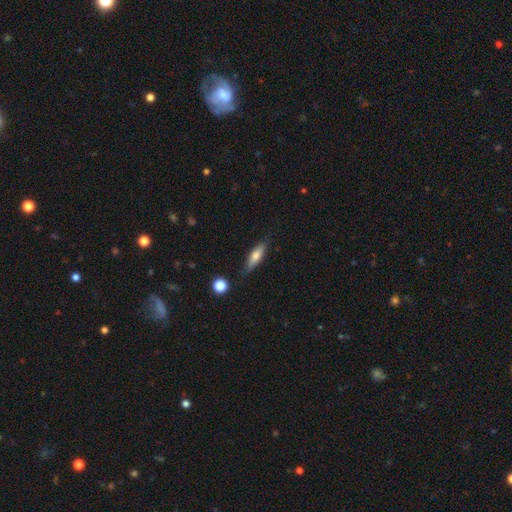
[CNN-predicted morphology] Smooth or featured?
  - smooth: 63% *
  - featured or disk: 30%
  - star or artifact: 7%
How rounded?
  - cigar-shaped: 63% *
  - in between: 35%
  - round: 3%
Merging?
  - none: 80% *
  - minor disturbance: 15%
  - major disturbance: 3%
  - merger: 2%